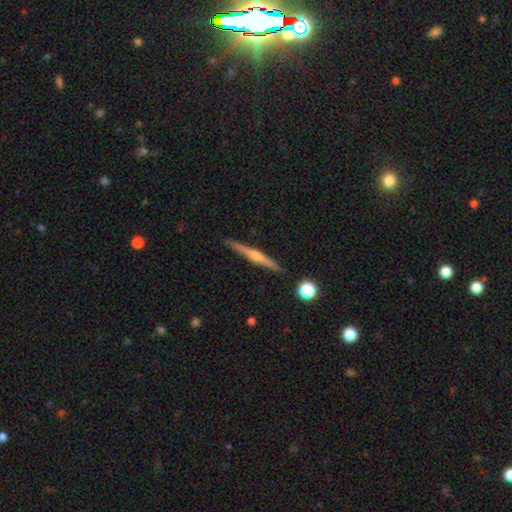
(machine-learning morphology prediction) This is likely a featured or disk galaxy (77%). It is clearly viewed edge-on (98%). Edge-on bulge: clearly rounded (86%). Merging: clearly none (92%).